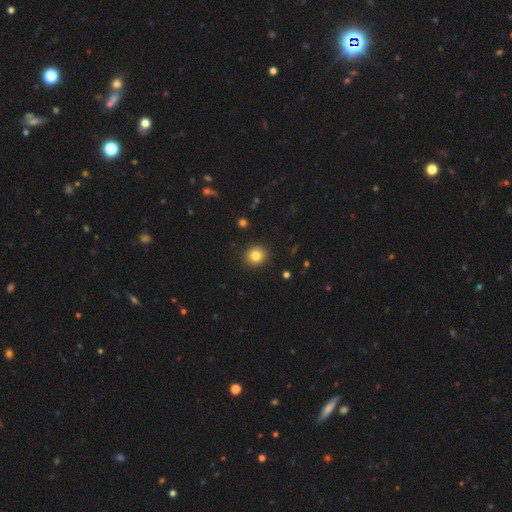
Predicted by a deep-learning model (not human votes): smooth-or-featured: smooth: 83% | star or artifact: 10% | featured or disk: 7%
  how-rounded: round: 83% | in between: 16% | cigar-shaped: 1%
  merging: none: 92% | minor disturbance: 6% | major disturbance: 2% | merger: 1%